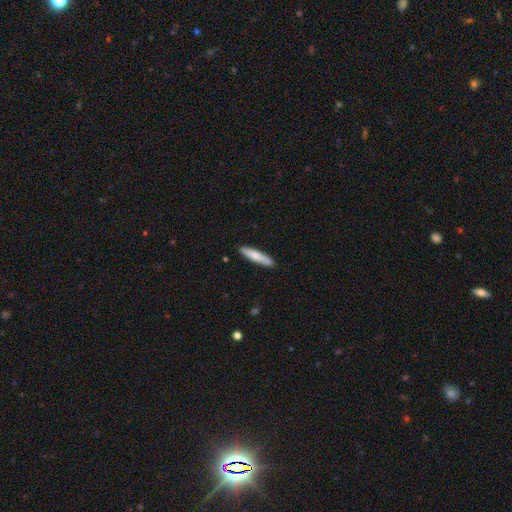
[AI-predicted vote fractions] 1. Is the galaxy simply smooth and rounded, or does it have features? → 76% smooth, 19% featured or disk, 5% star or artifact.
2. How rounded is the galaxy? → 88% cigar-shaped, 11% in between, 1% round.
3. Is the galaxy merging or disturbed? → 88% none, 9% minor disturbance, 2% major disturbance, 1% merger.